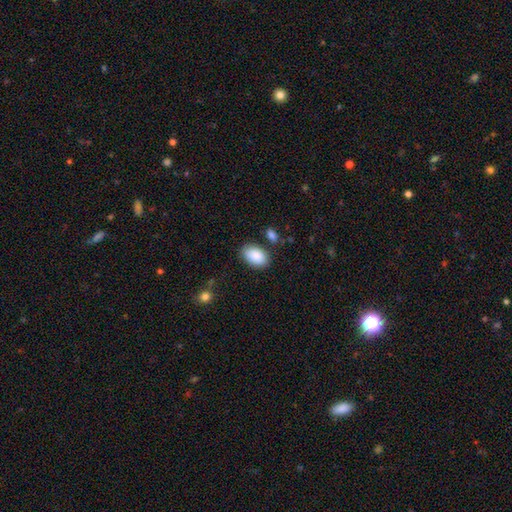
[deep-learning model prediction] smooth-or-featured: smooth: 89% | star or artifact: 6% | featured or disk: 4%
  how-rounded: in between: 92% | round: 7% | cigar-shaped: 1%
  merging: none: 81% | minor disturbance: 12% | merger: 4% | major disturbance: 3%